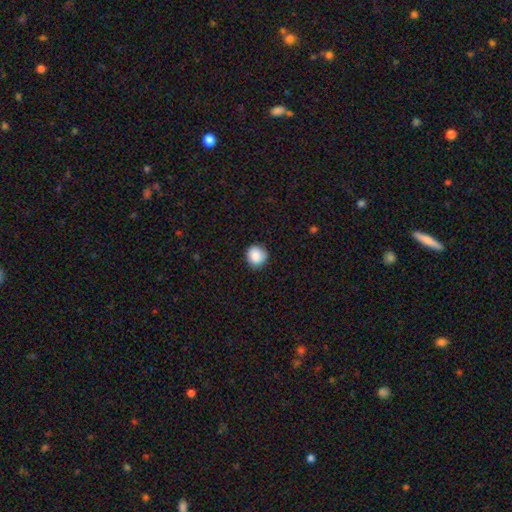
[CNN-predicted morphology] Q: Smooth or featured?
A: smooth (86%); runner-up: star or artifact (9%)
Q: How rounded?
A: round (90%); runner-up: in between (9%)
Q: Merging?
A: none (86%); runner-up: minor disturbance (11%)